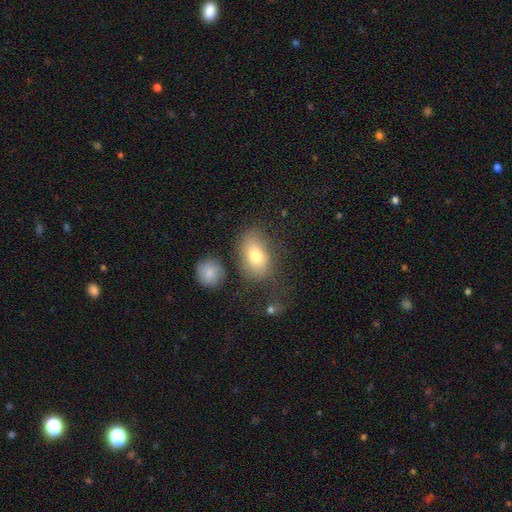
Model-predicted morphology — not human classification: Overall: smooth (76%). How rounded: in between (81%). Merging: none (62%).